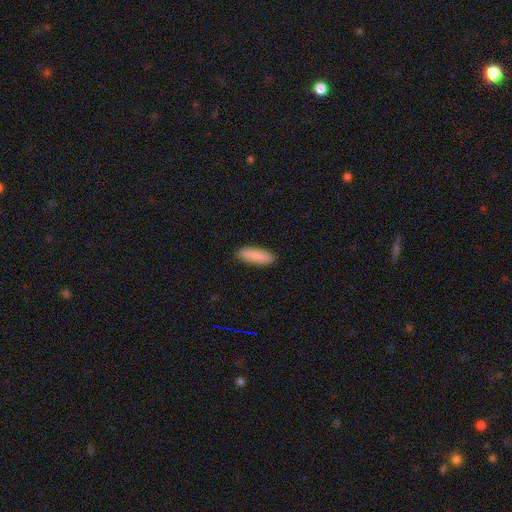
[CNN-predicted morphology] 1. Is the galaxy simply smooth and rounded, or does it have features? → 87% smooth, 7% featured or disk, 6% star or artifact.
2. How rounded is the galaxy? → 50% in between, 48% cigar-shaped, 2% round.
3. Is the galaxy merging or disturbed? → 88% none, 9% minor disturbance, 2% major disturbance, 1% merger.